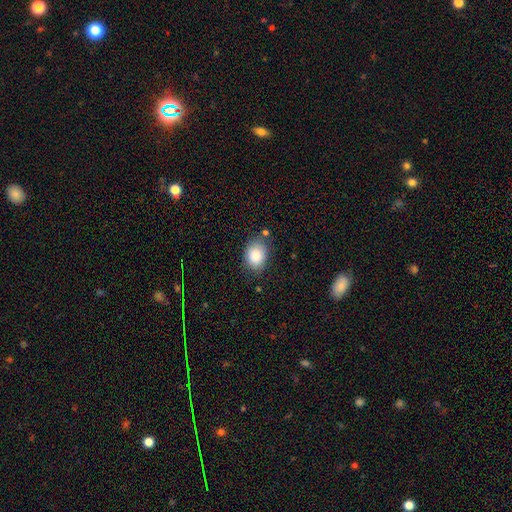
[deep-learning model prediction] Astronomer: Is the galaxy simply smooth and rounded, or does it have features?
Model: smooth — 84%.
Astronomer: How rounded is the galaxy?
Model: in between — 64%.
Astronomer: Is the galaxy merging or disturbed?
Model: none — 75%.